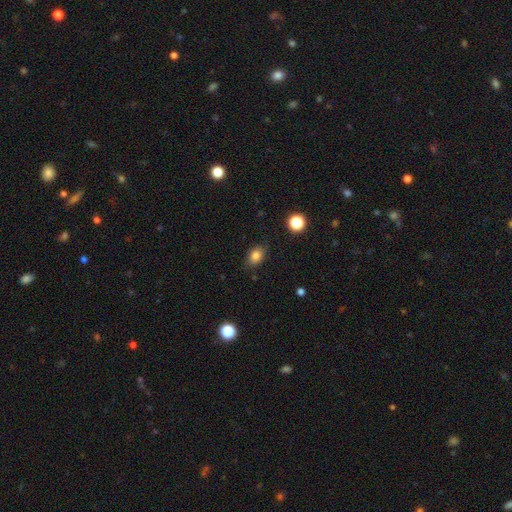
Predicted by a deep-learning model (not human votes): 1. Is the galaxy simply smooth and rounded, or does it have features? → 82% smooth, 11% star or artifact, 7% featured or disk.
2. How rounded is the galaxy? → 75% in between, 23% round, 2% cigar-shaped.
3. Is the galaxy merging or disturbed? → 80% none, 15% minor disturbance, 3% major disturbance, 1% merger.